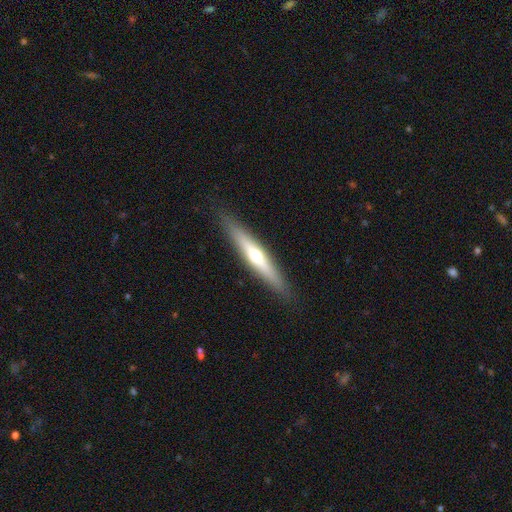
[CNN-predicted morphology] The model was most divided on "smooth or featured": featured or disk: 56%, smooth: 38%, star or artifact: 6%. More confident: edge-on disk — yes (93%); merging — none (89%); edge-on bulge — rounded (86%).